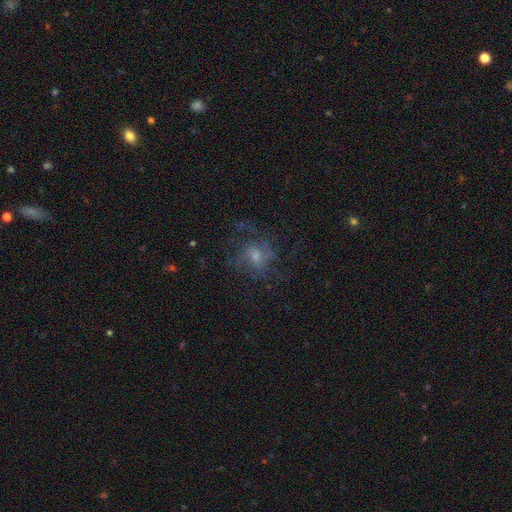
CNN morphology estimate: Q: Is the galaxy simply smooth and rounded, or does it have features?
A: featured or disk — 56%.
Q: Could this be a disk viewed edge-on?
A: no — 97%.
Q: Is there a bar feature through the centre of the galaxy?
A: no — 66%.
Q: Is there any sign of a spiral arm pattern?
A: yes — 71%.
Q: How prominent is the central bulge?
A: moderate — 43%, tied with small.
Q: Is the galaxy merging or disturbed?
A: none — 61%.